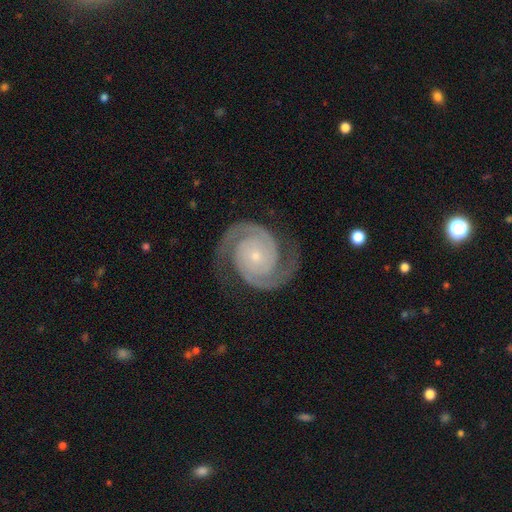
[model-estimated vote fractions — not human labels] Morphology: type=featured or disk (94%); edge-on=no (98%); bar=no (78%); spiral arms=yes (99%); winding=tight (67%); arm count=2 (94%); bulge=small (75%); merging=none (84%).